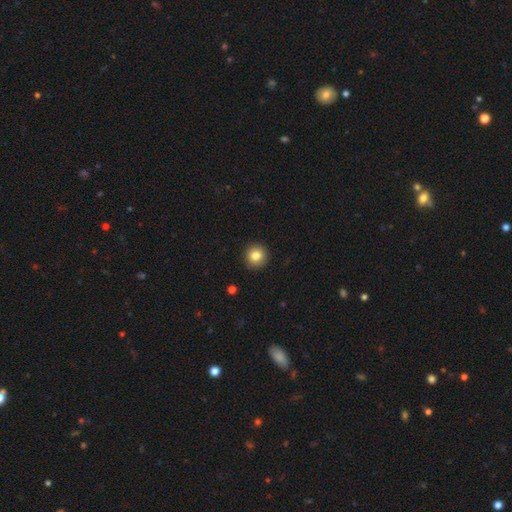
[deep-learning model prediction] A smooth galaxy with no disk features (82%) that is round (94%). Merging: none (92%).